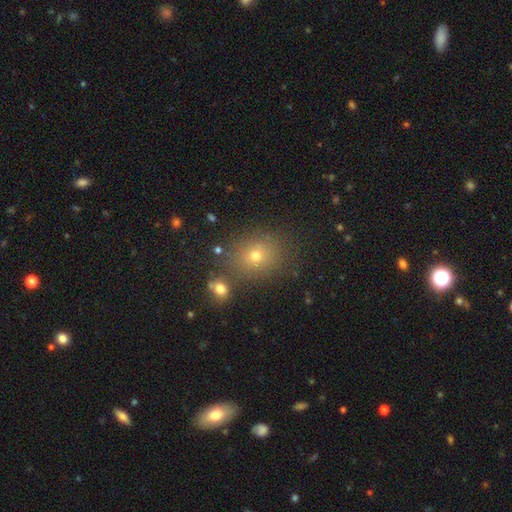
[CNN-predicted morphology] Overall: smooth (68%). How rounded: round (61%; in between 38%). Merging: none (77%).